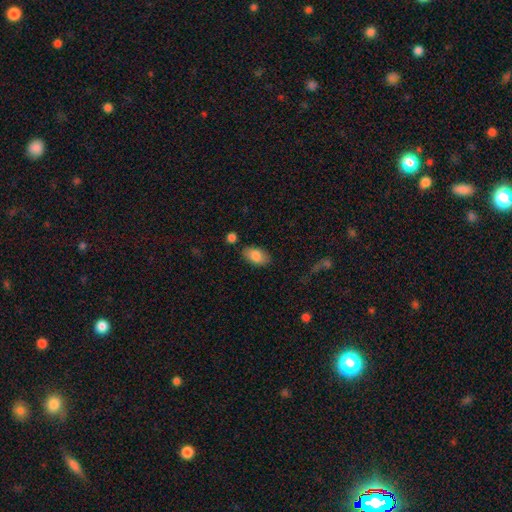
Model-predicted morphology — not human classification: Smooth or featured? Predicted: smooth (p=0.84). How rounded? Predicted: in between (p=0.93). Merging? Predicted: none (p=0.82).